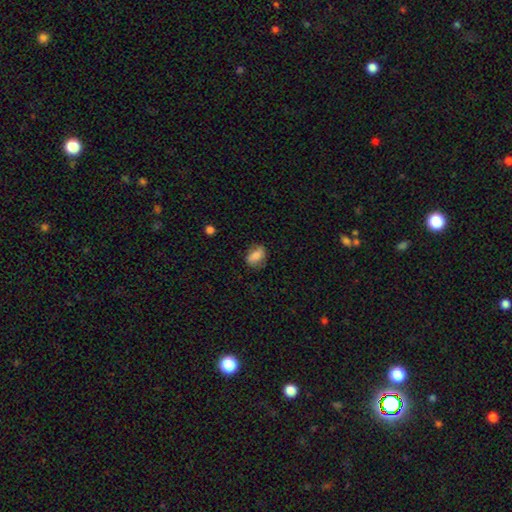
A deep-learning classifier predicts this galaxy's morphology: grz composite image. It shows a smooth galaxy with no disk features (73%) that is in between round and cigar-shaped (74%). Merging: none (71%).